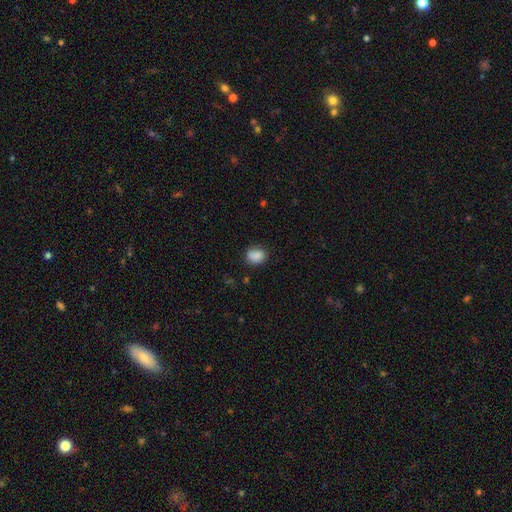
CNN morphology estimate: Smooth or featured?
  - smooth: 83% *
  - star or artifact: 9%
  - featured or disk: 8%
How rounded?
  - round: 53% *
  - in between: 46%
  - cigar-shaped: 1%
Merging?
  - none: 70% *
  - minor disturbance: 21%
  - major disturbance: 5%
  - merger: 4%